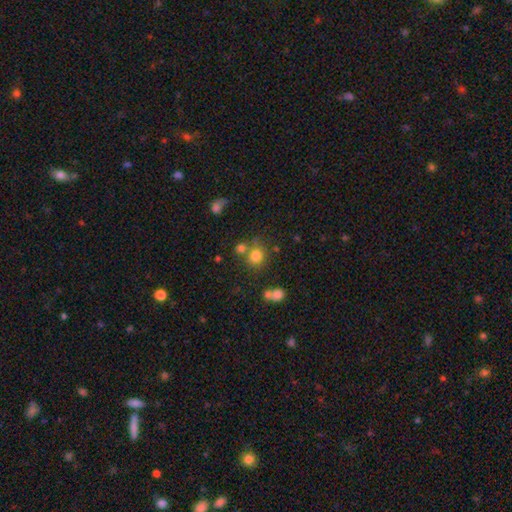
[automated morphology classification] Overall: smooth (77%). How rounded: round (86%). Merging: none (68%).